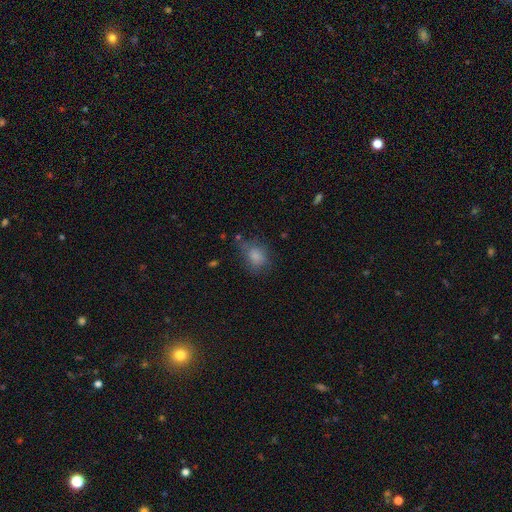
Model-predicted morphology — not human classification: Smooth or featured? smooth (80%)
How rounded? in between (57%)
Merging? none (57%)